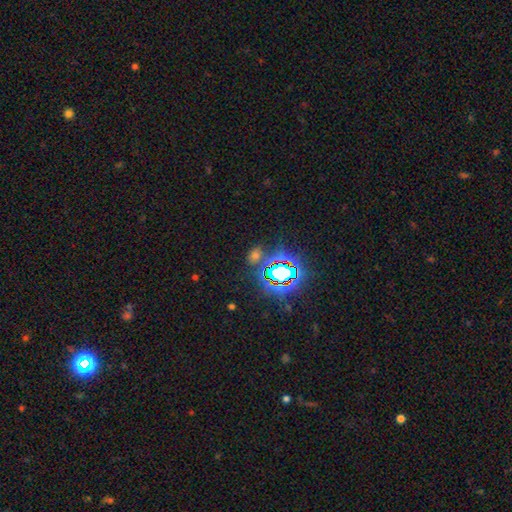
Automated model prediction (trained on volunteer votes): Smooth or featured? Predicted: star or artifact (p=0.54).